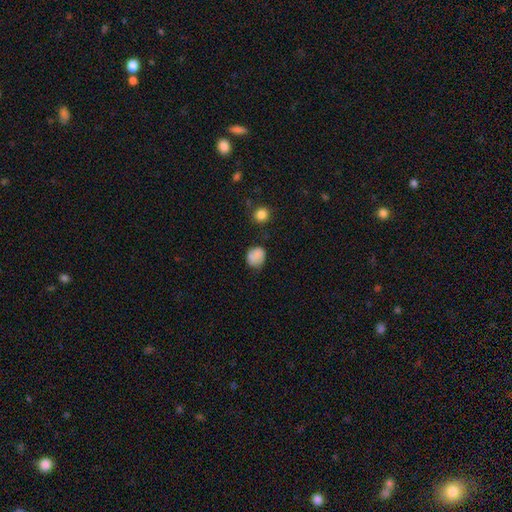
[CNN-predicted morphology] smooth-or-featured: smooth: 82% | star or artifact: 10% | featured or disk: 8%
  how-rounded: round: 63% | in between: 36% | cigar-shaped: 1%
  merging: none: 61% | minor disturbance: 28% | major disturbance: 7% | merger: 4%